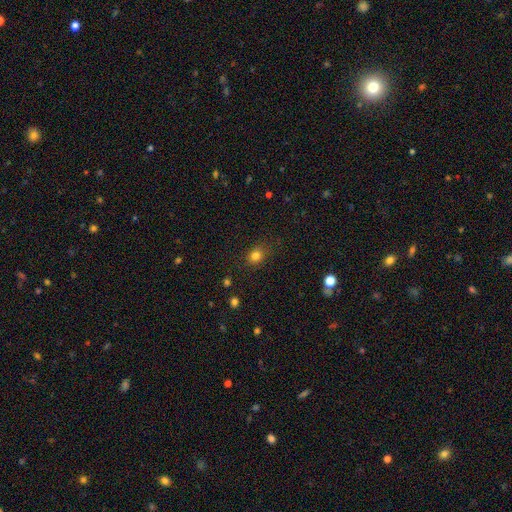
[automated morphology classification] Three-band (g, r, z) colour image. It shows a smooth galaxy with no disk features (80%) that is round (57%). Merging: none (81%).